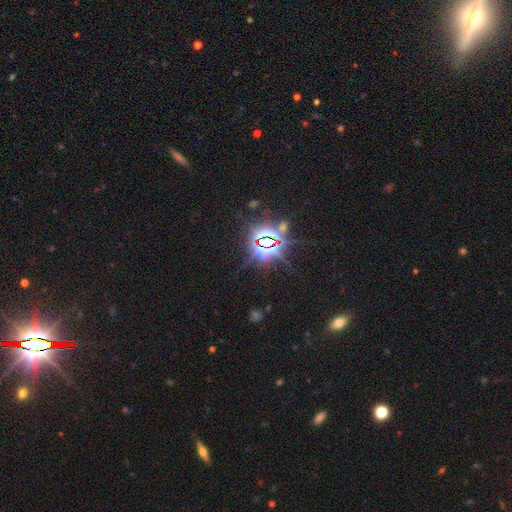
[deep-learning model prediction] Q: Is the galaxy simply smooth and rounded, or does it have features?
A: star or artifact — 84%.